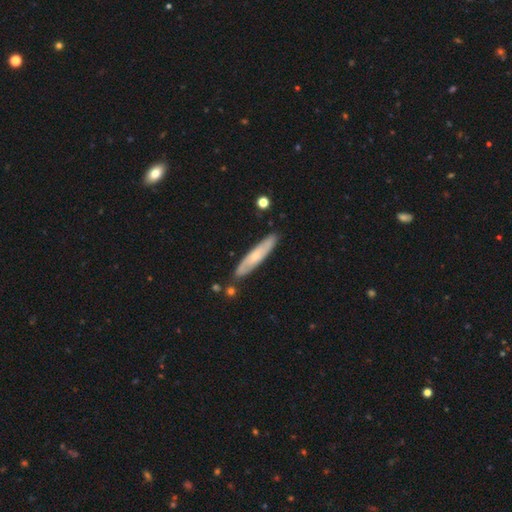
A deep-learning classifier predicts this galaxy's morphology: This is possibly a featured or disk galaxy (48%). Merging: clearly none (82%).